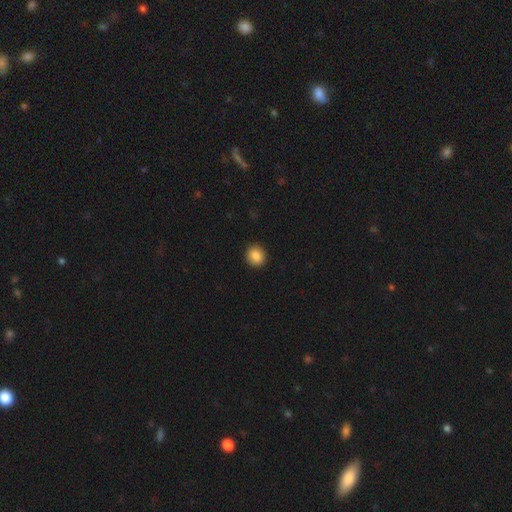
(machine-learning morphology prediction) A smooth galaxy with no disk features (87%) that is round (87%).

Vote fractions:
- Smooth or featured? smooth: 87% / star or artifact: 9% / featured or disk: 4%
- How rounded? round: 87% / in between: 12% / cigar-shaped: 1%
- Merging? none: 92% / minor disturbance: 6% / major disturbance: 2% / merger: 1%